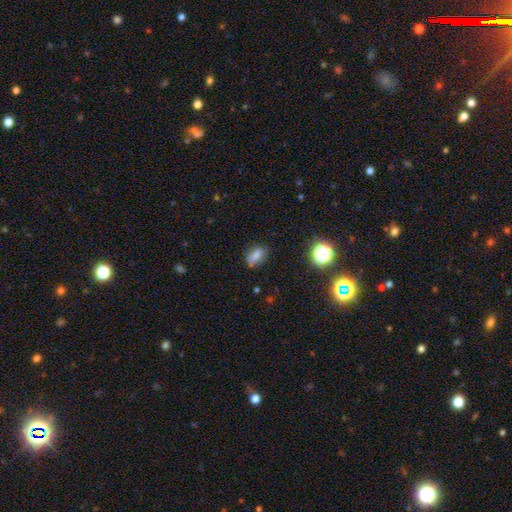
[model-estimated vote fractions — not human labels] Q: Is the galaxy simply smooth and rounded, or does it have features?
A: smooth — 68%.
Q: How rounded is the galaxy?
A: in between — 79%.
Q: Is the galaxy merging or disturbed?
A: none — 71%.